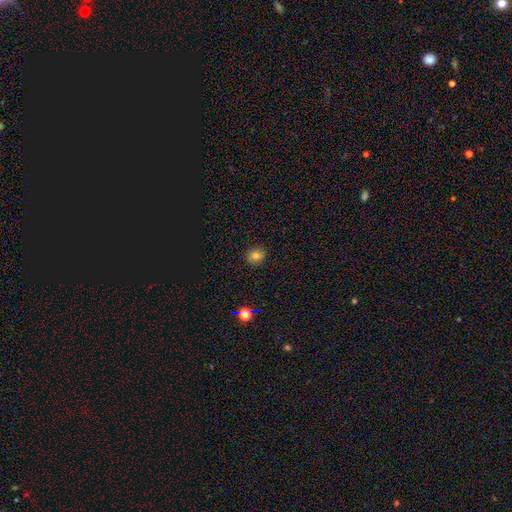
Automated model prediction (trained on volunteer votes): Overall: smooth (79%). How rounded: round (69%; in between 30%). Merging: none (88%).